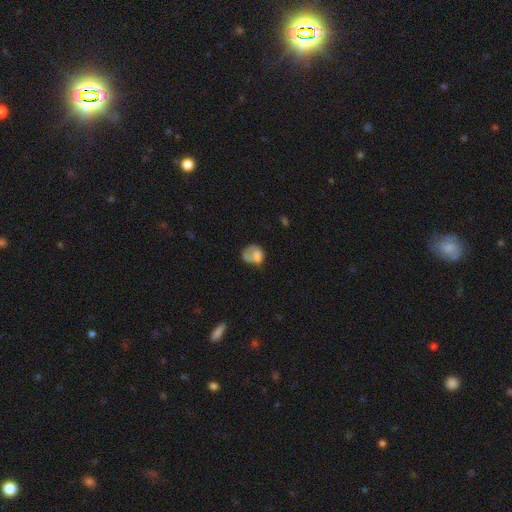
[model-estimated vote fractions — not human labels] A smooth galaxy with no disk features (59%) that is round (54%).

Vote fractions:
- Smooth or featured? smooth: 59% / featured or disk: 32% / star or artifact: 9%
- How rounded? round: 54% / in between: 45% / cigar-shaped: 1%
- Merging? major disturbance: 35% / none: 34% / minor disturbance: 24% / merger: 6%